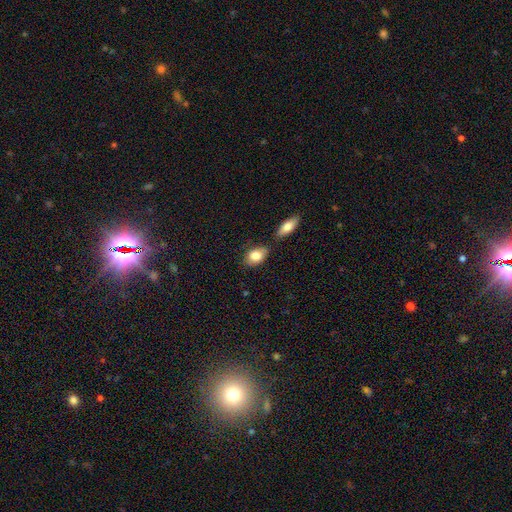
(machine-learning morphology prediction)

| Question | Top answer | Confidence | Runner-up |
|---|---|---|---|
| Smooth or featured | smooth | 83% | featured or disk (10%) |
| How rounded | in between | 85% | round (12%) |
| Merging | none | 63% | minor disturbance (18%) |